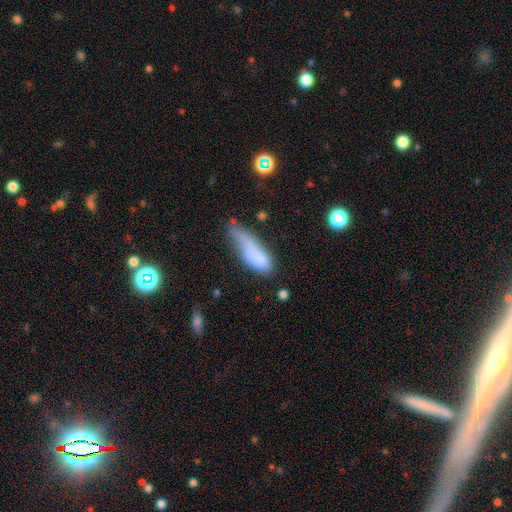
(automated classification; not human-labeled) smooth 73%, featured or disk 18%, star or artifact 10%. Down the decision tree: how rounded — in between (54%); merging — minor disturbance (39%).